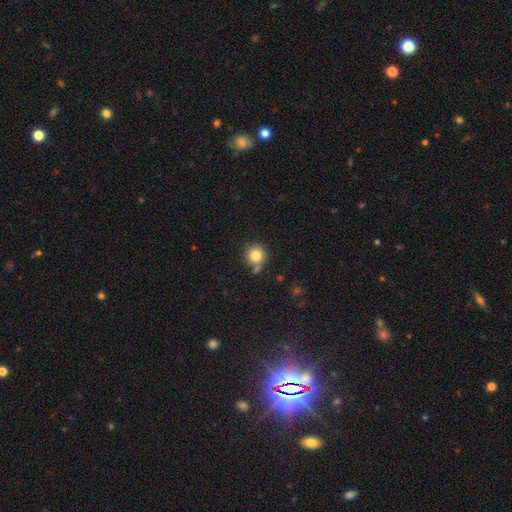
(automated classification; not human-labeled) Overall: smooth (81%). How rounded: round (93%). Merging: none (70%).